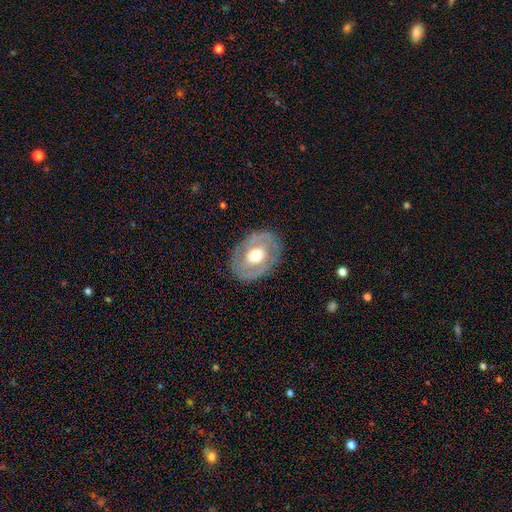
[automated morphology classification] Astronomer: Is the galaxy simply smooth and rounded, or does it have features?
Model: featured or disk — 64%.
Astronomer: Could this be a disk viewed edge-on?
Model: no — 94%.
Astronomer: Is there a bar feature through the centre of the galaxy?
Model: no — 60%.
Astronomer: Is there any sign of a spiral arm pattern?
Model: no — 57% (runner-up: yes, 43%).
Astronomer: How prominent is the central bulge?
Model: moderate — 67%.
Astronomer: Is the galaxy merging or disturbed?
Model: none — 82%.